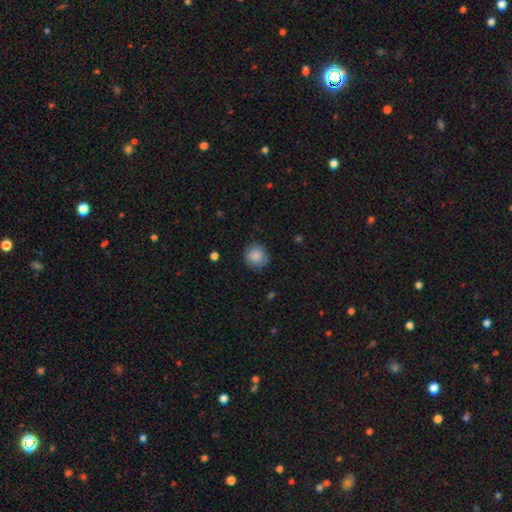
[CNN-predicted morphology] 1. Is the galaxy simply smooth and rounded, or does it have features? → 86% smooth, 8% star or artifact, 6% featured or disk.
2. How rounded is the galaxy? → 91% round, 8% in between, 1% cigar-shaped.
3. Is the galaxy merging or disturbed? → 81% none, 14% minor disturbance, 3% major disturbance, 1% merger.